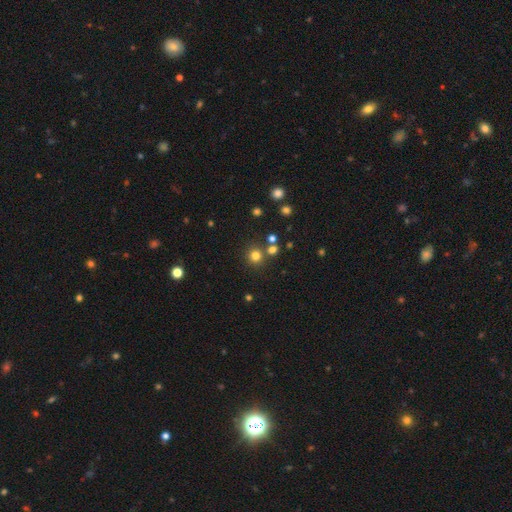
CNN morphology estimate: smooth-or-featured: smooth: 76% | star or artifact: 17% | featured or disk: 6%
  how-rounded: round: 92% | in between: 7% | cigar-shaped: 1%
  merging: none: 79% | merger: 11% | minor disturbance: 7% | major disturbance: 3%